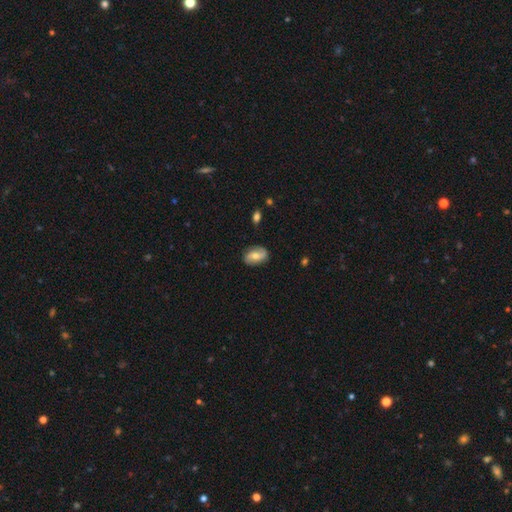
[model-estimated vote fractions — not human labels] Morphology: type=featured or disk (54%); edge-on=no (95%); bar=no (49%); spiral arms=yes (85%); bulge=moderate (60%); merging=none (80%).